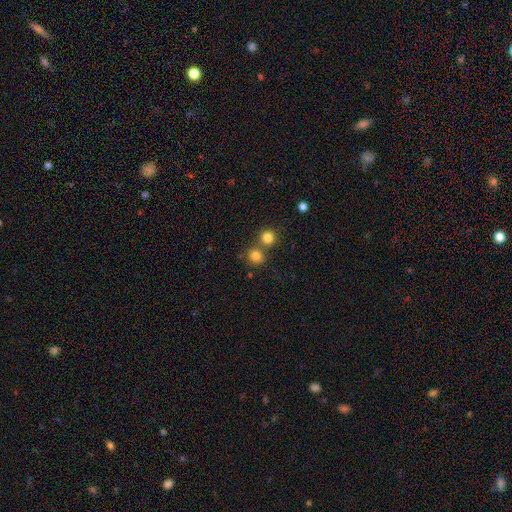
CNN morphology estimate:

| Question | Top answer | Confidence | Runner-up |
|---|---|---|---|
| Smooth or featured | smooth | 81% | star or artifact (14%) |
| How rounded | round | 89% | in between (10%) |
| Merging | none | 64% | merger (27%) |